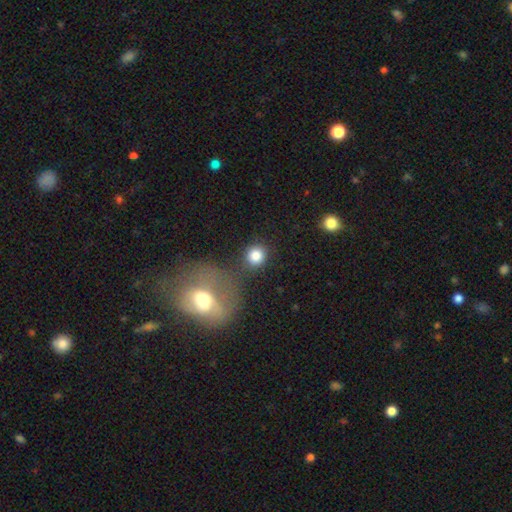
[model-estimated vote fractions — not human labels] Smooth or featured? Predicted: smooth (p=0.82). How rounded? Predicted: round (p=0.88). Merging? Predicted: none (p=0.72).